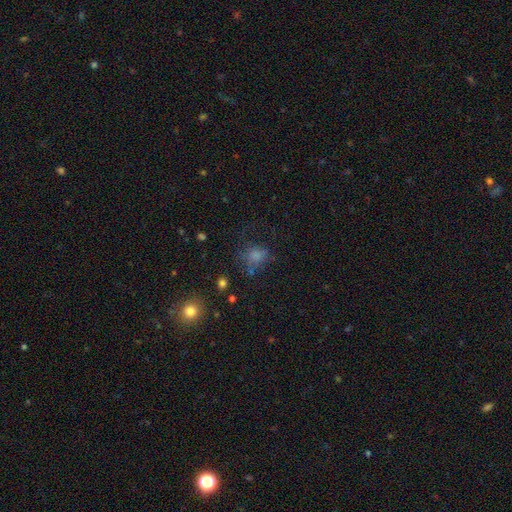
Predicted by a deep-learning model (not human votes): Q: Smooth or featured?
A: smooth (71%); runner-up: star or artifact (18%)
Q: How rounded?
A: round (53%); runner-up: in between (46%)
Q: Merging?
A: none (51%); runner-up: minor disturbance (22%)